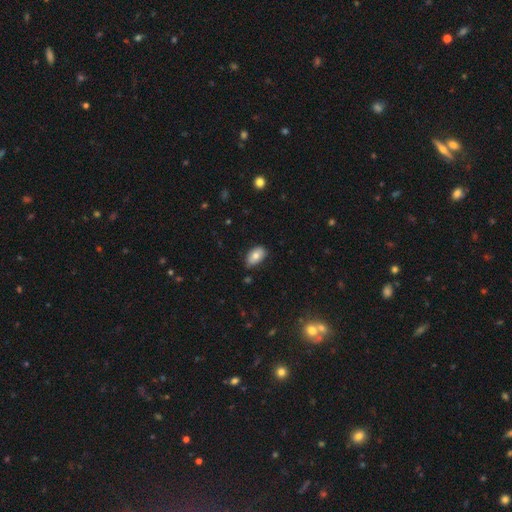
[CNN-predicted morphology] Smooth or featured?
  - smooth: 77% *
  - featured or disk: 15%
  - star or artifact: 8%
How rounded?
  - in between: 93% *
  - round: 6%
  - cigar-shaped: 2%
Merging?
  - none: 77% *
  - minor disturbance: 19%
  - major disturbance: 3%
  - merger: 2%